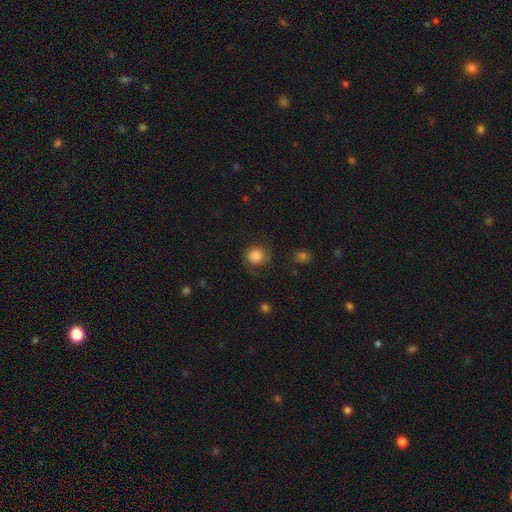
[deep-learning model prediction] A smooth galaxy with no disk features (80%) that is round (86%). Merging: none (65%).